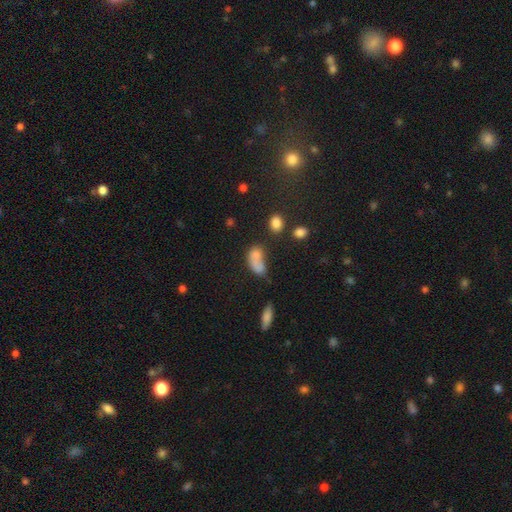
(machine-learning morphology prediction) Overall: smooth (71%). How rounded: in between (78%). Merging: merger (35%; none 28%).